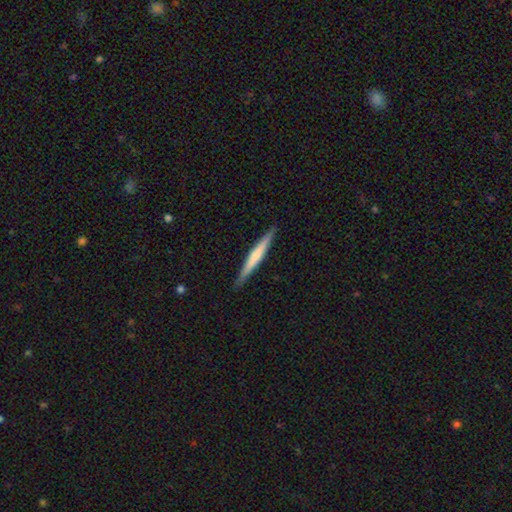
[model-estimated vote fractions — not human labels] smooth_or_featured: featured or disk (p=0.48) [alt: smooth p=0.47]
merging: none (p=0.91) [alt: minor disturbance p=0.07]